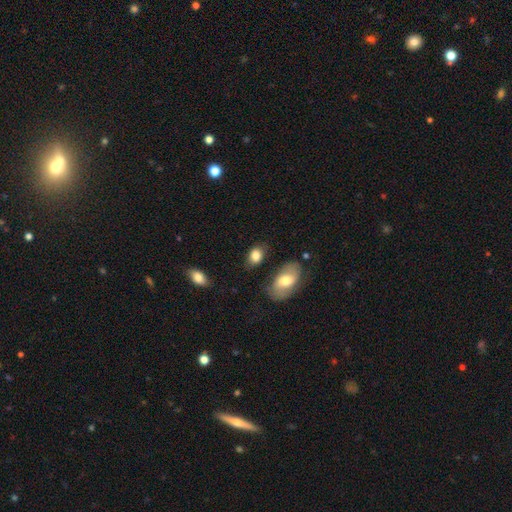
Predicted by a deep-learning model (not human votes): Smooth or featured? smooth (84%)
How rounded? in between (83%)
Merging? none (74%)